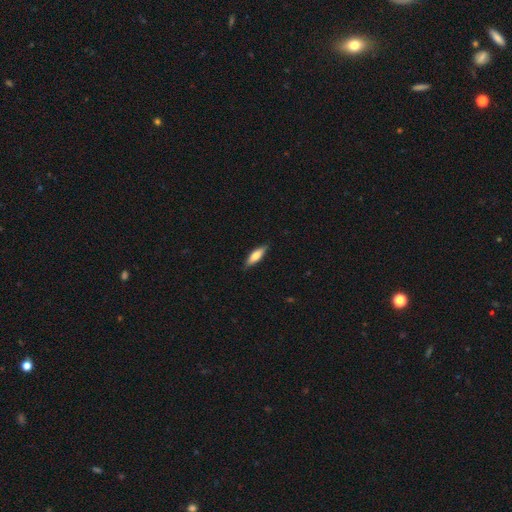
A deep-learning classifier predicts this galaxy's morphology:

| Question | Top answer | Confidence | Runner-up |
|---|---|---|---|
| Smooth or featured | smooth | 69% | featured or disk (26%) |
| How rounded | cigar-shaped | 55% | in between (43%) |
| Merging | none | 86% | minor disturbance (11%) |